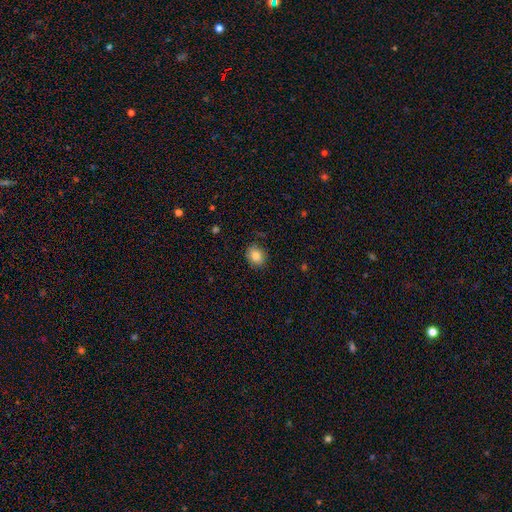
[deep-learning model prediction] The model was most divided on "how rounded": round: 58%, in between: 41%, cigar-shaped: 1%. More confident: merging — none (85%); smooth or featured — smooth (85%).